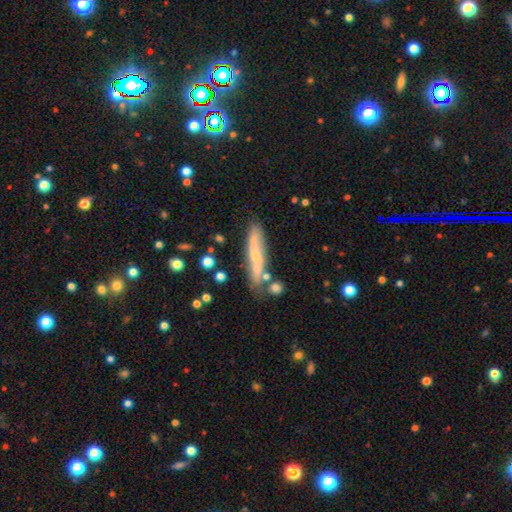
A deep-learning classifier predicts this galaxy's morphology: A featured or disk galaxy (55%) viewed edge-on (58%).

Vote fractions:
- Smooth or featured? featured or disk: 55% / smooth: 37% / star or artifact: 7%
- Edge-on disk? yes: 58% / no: 42%
- Merging? none: 74% / minor disturbance: 16% / merger: 6% / major disturbance: 4%